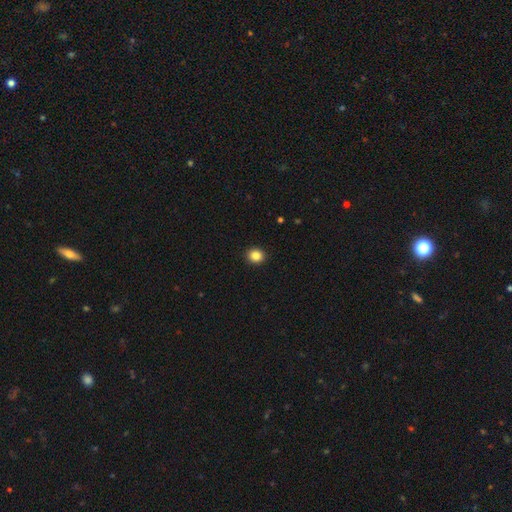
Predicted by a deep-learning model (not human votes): Smooth or featured?
  - smooth: 85% *
  - star or artifact: 10%
  - featured or disk: 5%
How rounded?
  - round: 79% *
  - in between: 20%
  - cigar-shaped: 1%
Merging?
  - none: 93% *
  - minor disturbance: 5%
  - major disturbance: 2%
  - merger: 1%